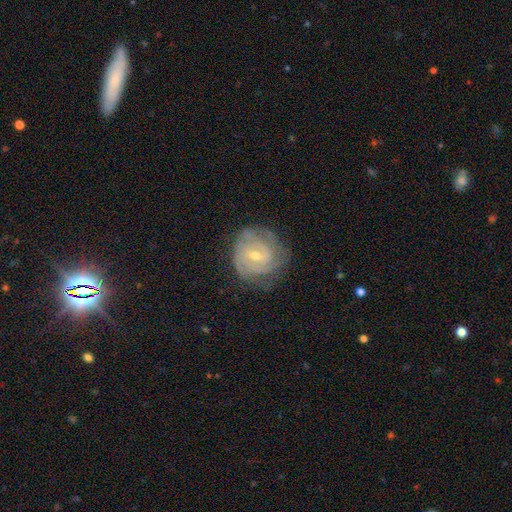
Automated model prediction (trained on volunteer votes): This appears to be a featured or disk galaxy (79%) with a weak bar (51%), tight (69%) spiral arms (91%) and a small central bulge (56%). Merging: none (69%).